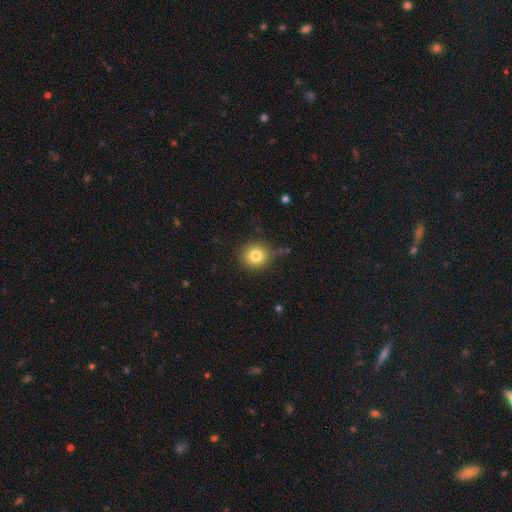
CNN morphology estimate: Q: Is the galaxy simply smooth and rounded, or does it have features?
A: smooth — 82%.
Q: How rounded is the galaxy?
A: round — 89%.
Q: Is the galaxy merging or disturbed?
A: none — 85%.